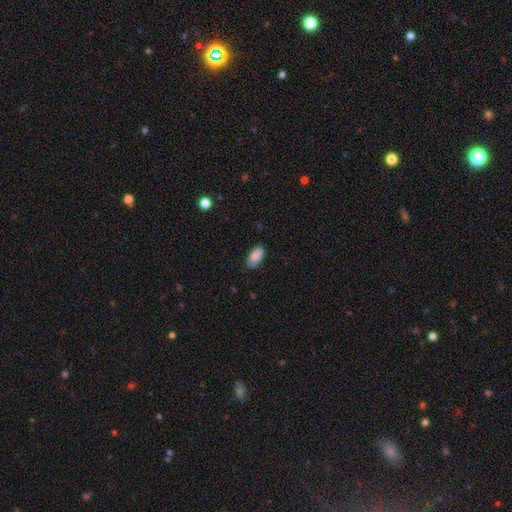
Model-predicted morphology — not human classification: Smooth or featured? Predicted: smooth (p=0.87). How rounded? Predicted: in between (p=0.93). Merging? Predicted: none (p=0.76).